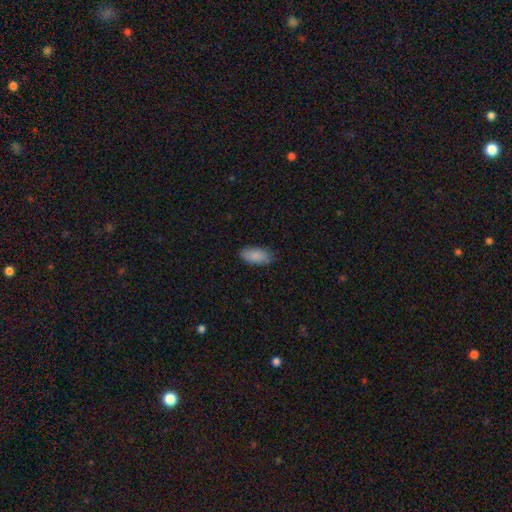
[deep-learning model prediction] Q: Smooth or featured?
A: smooth (88%); runner-up: star or artifact (6%)
Q: How rounded?
A: in between (91%); runner-up: cigar-shaped (7%)
Q: Merging?
A: none (82%); runner-up: minor disturbance (14%)